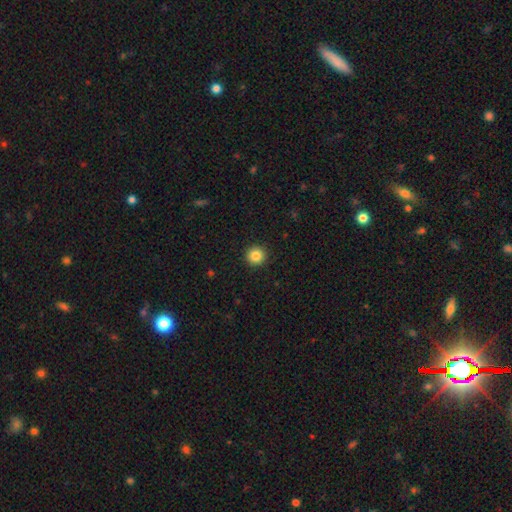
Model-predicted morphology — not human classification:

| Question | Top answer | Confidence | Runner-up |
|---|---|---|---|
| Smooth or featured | smooth | 85% | star or artifact (11%) |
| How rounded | round | 95% | in between (4%) |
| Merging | none | 93% | minor disturbance (4%) |